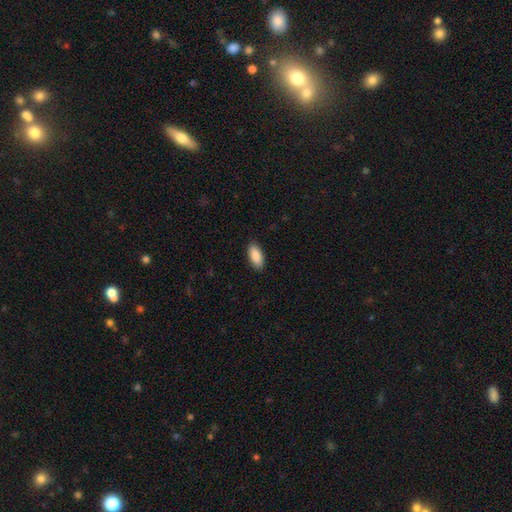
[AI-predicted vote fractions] Morphology: type=smooth (89%); roundness=in between (89%); merging=none (89%).